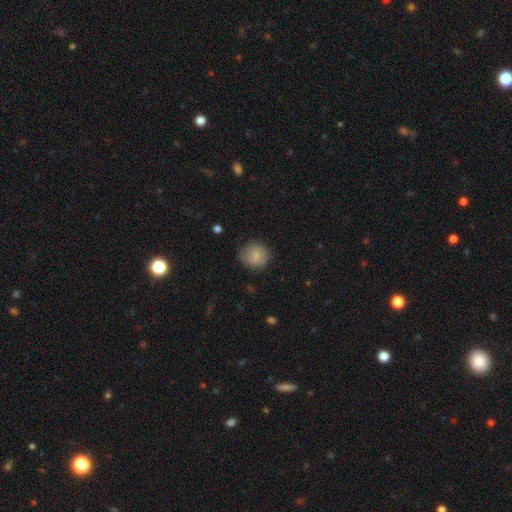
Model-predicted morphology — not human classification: A smooth galaxy with no disk features (81%) that is round (82%).

Vote fractions:
- Smooth or featured? smooth: 81% / featured or disk: 11% / star or artifact: 8%
- How rounded? round: 82% / in between: 17% / cigar-shaped: 1%
- Merging? none: 75% / minor disturbance: 19% / major disturbance: 5% / merger: 1%